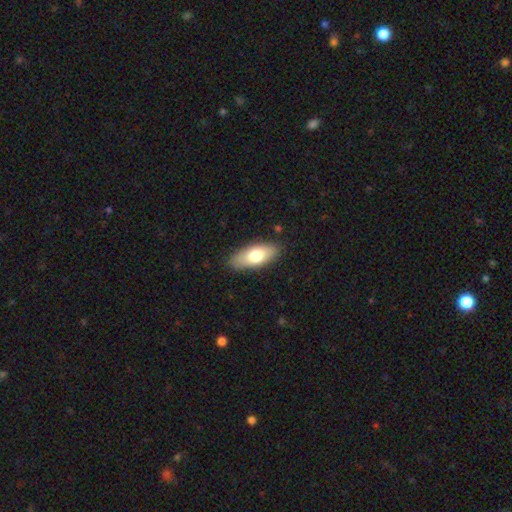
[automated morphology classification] Smooth or featured? smooth (73%)
How rounded? in between (81%)
Merging? none (85%)